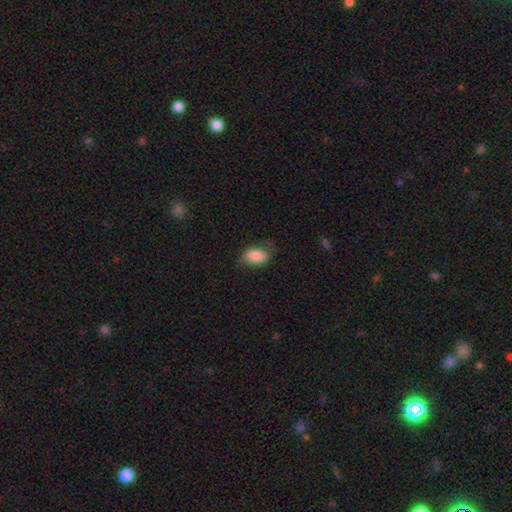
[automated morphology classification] type=smooth (82%); roundness=in between (88%); merging=none (67%).